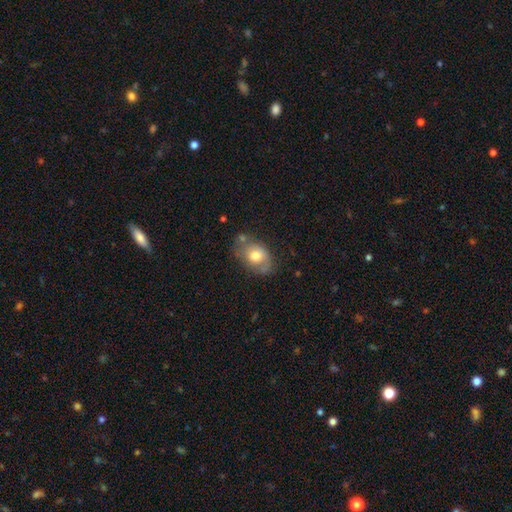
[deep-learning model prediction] This appears to be a smooth galaxy with no disk features (68%) that is in between round and cigar-shaped (77%). Merging: none (56%).